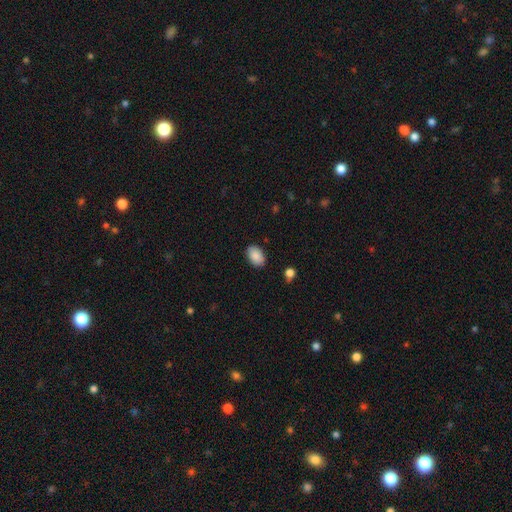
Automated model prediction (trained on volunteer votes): Smooth or featured? smooth (89%)
How rounded? in between (89%)
Merging? none (87%)